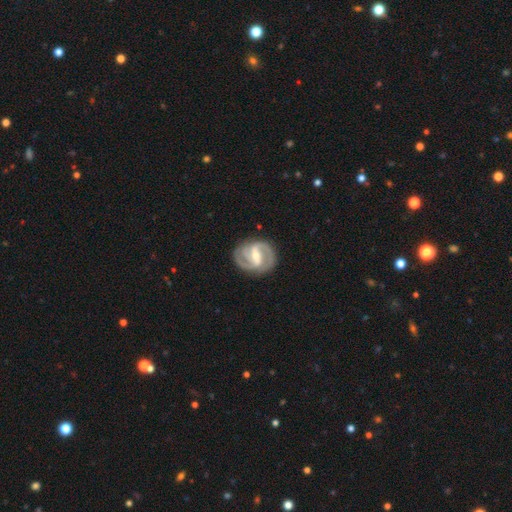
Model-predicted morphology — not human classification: type=featured or disk (91%); edge-on=no (98%); bar=strong (53%); spiral arms=yes (97%); winding=medium (51%); arm count=2 (69%); bulge=moderate (48%); merging=none (82%).